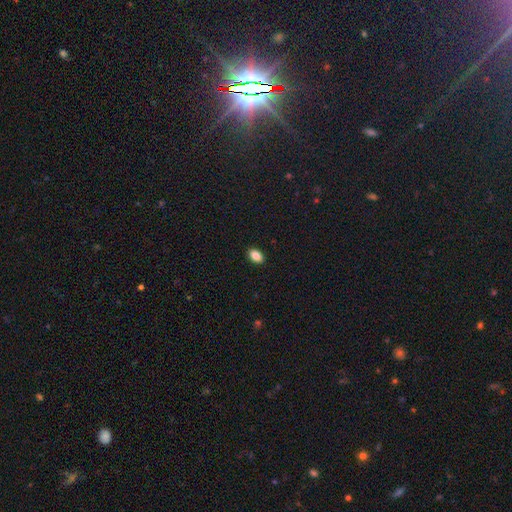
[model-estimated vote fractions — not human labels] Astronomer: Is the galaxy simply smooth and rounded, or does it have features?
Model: smooth — 87%.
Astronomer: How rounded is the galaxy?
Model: in between — 89%.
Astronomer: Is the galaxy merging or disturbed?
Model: none — 91%.